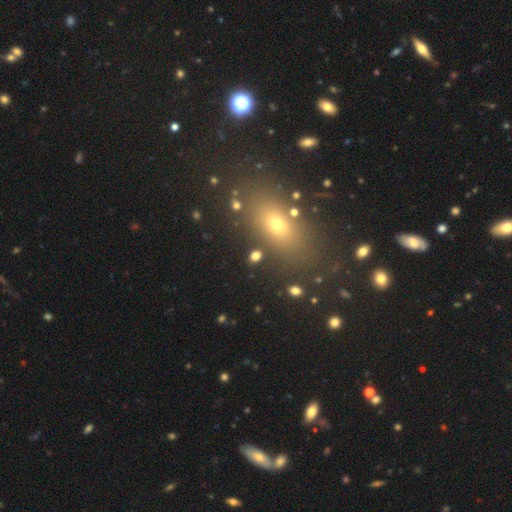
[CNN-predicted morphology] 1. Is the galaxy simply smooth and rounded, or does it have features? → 73% smooth, 17% star or artifact, 10% featured or disk.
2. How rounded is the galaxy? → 63% in between, 31% round, 6% cigar-shaped.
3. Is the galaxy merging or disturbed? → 82% none, 9% minor disturbance, 5% merger, 4% major disturbance.